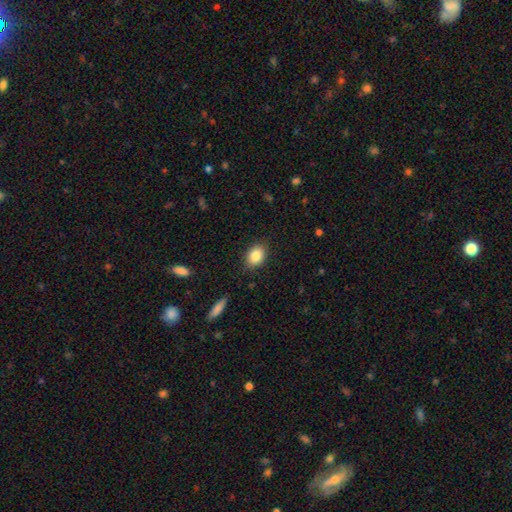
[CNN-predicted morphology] Overall: smooth (85%). How rounded: in between (67%; round 31%). Merging: none (83%).